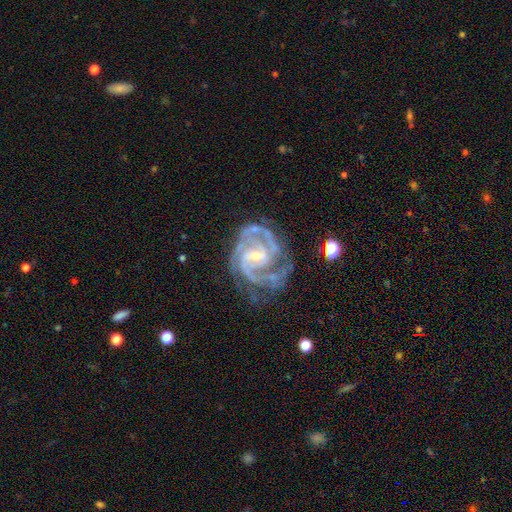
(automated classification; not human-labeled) smooth-or-featured: featured or disk: 92% | star or artifact: 5% | smooth: 3%
  disk-edge-on: no: 98% | yes: 2%
    bar: weak: 49% | no: 30% | strong: 21%
    has-spiral-arms: yes: 98% | no: 2%
      spiral-winding: tight: 55% | medium: 40% | loose: 5%
      spiral-arm-count: 2: 44% | 3: 29% | can't tell: 11% | 4: 7% | 1: 5% | more than 4: 5%
    bulge-size: small: 69% | moderate: 25% | none: 3% | large: 1% | dominant: 1%
  merging: none: 61% | minor disturbance: 23% | major disturbance: 14% | merger: 3%